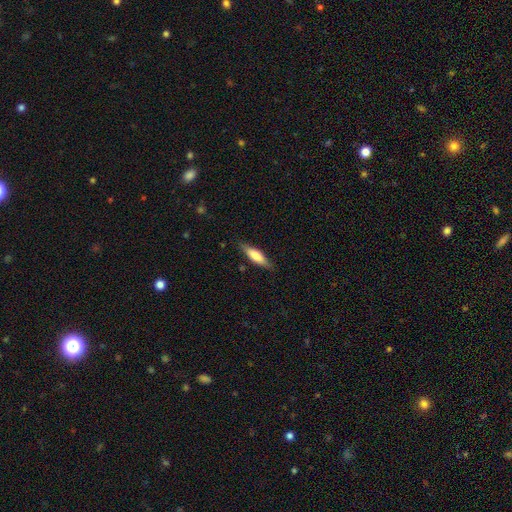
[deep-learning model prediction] Morphology: type=smooth (66%); roundness=cigar-shaped (62%); merging=none (83%).